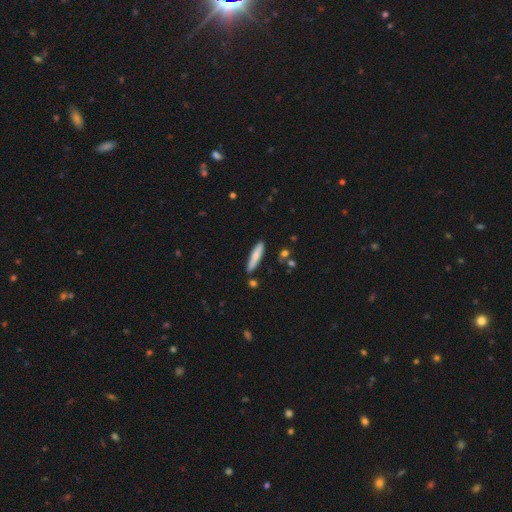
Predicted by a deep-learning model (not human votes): smooth_or_featured: smooth (p=0.76) [alt: featured or disk p=0.18]
how_rounded: cigar-shaped (p=0.87) [alt: in between p=0.12]
merging: none (p=0.83) [alt: minor disturbance p=0.12]